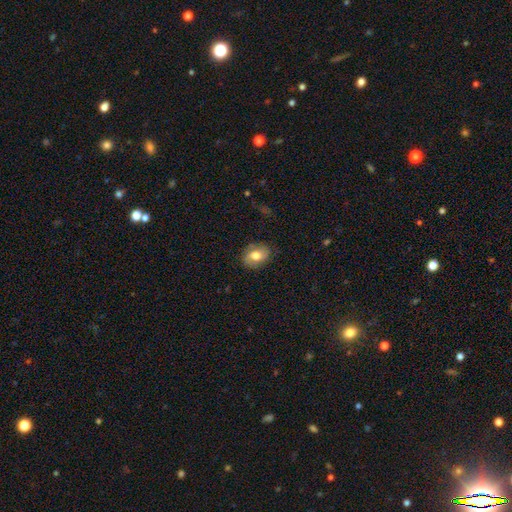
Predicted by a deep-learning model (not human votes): Morphology: type=smooth (57%); roundness=in between (73%); merging=none (78%).